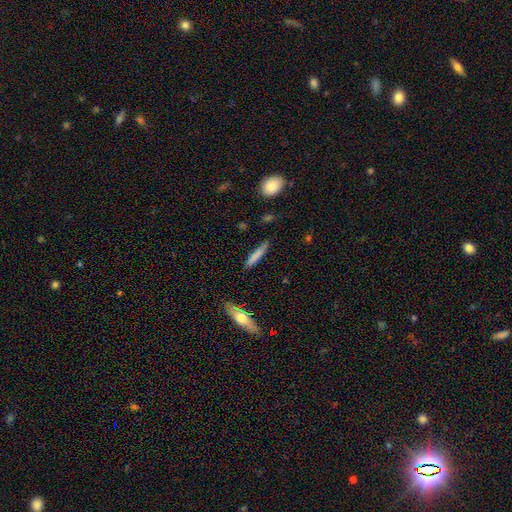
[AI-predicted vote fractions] Overall: smooth (74%). How rounded: cigar-shaped (92%). Merging: none (82%).